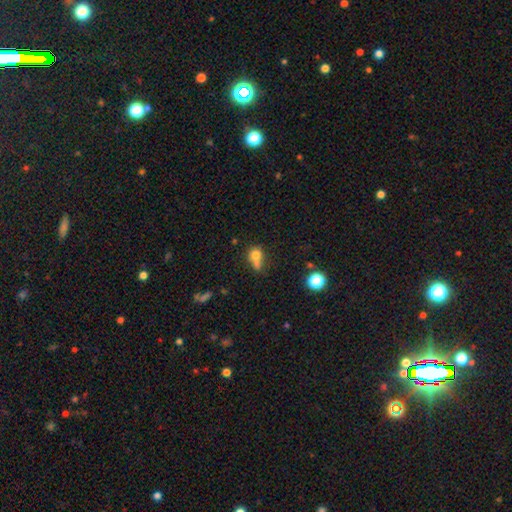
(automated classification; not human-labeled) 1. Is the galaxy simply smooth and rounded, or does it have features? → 72% smooth, 15% featured or disk, 14% star or artifact.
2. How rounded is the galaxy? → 63% round, 34% in between, 3% cigar-shaped.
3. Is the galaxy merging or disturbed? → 38% merger, 32% none, 17% minor disturbance, 12% major disturbance.